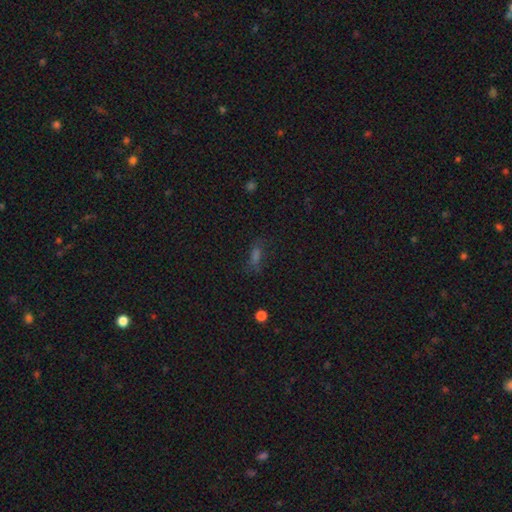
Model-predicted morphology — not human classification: Smooth or featured: smooth — 51% (star or artifact — 34%)
How rounded: in between — 60% (cigar-shaped — 32%)
Merging: none — 66% (minor disturbance — 19%)